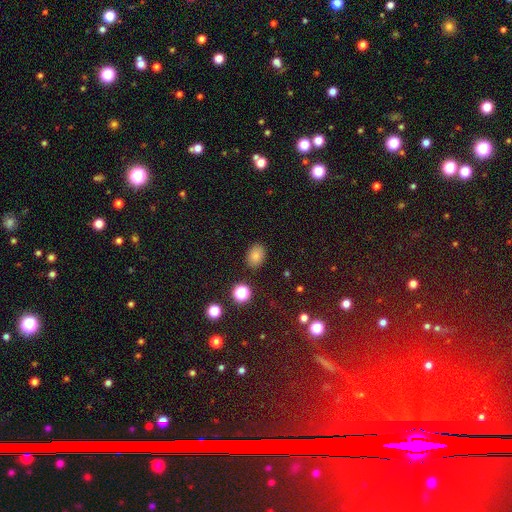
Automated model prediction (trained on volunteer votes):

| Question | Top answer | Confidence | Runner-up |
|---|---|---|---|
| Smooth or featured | smooth | 80% | star or artifact (13%) |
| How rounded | in between | 70% | round (29%) |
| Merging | none | 87% | minor disturbance (9%) |